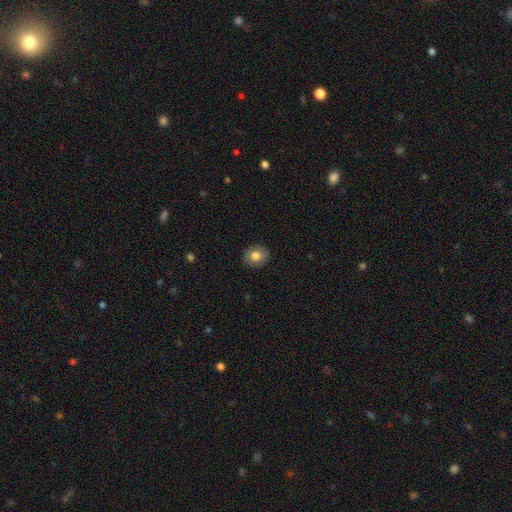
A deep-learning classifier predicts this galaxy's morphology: The model was most divided on "how rounded": round: 70%, in between: 29%, cigar-shaped: 1%. More confident: merging — none (89%); smooth or featured — smooth (80%).